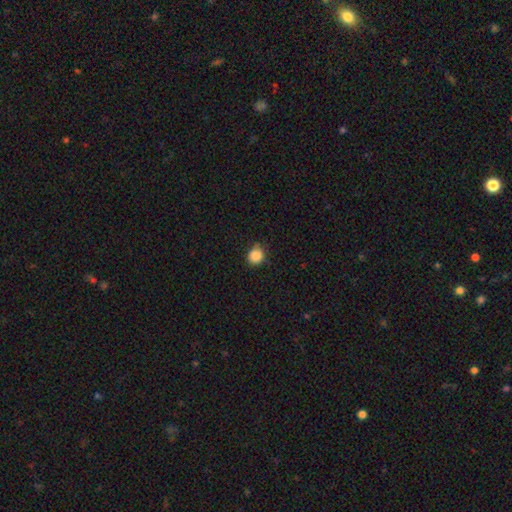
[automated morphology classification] The model was most divided on "merging": none: 77%, minor disturbance: 18%, major disturbance: 3%, merger: 2%. More confident: how rounded — round (88%); smooth or featured — smooth (87%).